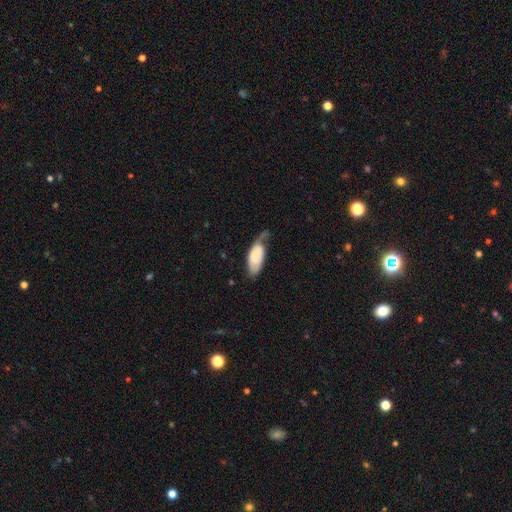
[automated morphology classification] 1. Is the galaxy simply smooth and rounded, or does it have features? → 70% smooth, 24% featured or disk, 6% star or artifact.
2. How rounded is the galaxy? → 88% in between, 10% cigar-shaped, 2% round.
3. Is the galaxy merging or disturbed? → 38% minor disturbance, 30% major disturbance, 27% none, 5% merger.